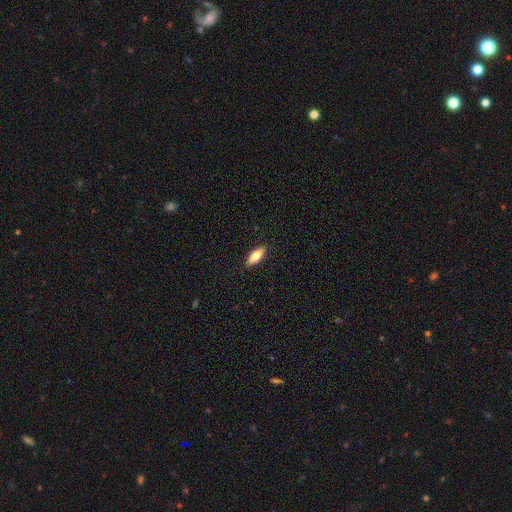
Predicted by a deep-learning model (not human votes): This appears to be a smooth galaxy with no disk features (65%) that is in between round and cigar-shaped (67%). Merging: none (90%).